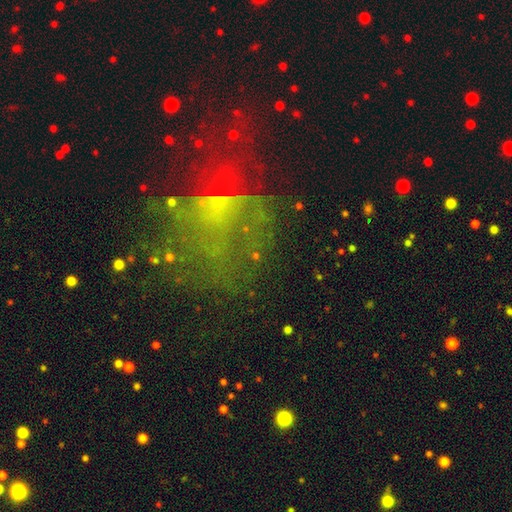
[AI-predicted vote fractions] This appears to be a star or artifact, not a galaxy (41%).